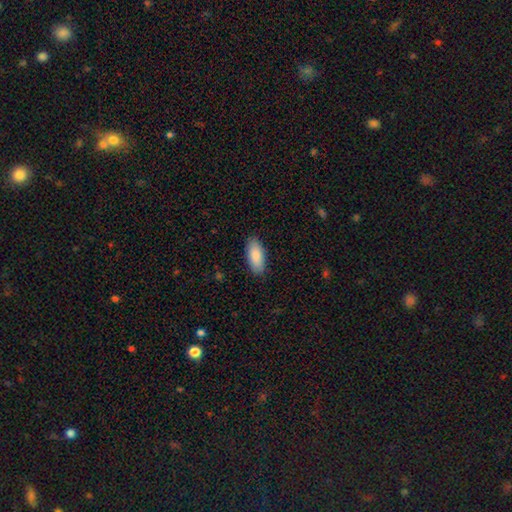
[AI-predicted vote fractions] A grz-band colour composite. It shows a smooth galaxy with no disk features (88%) that is in between round and cigar-shaped (87%). Merging: none (87%).